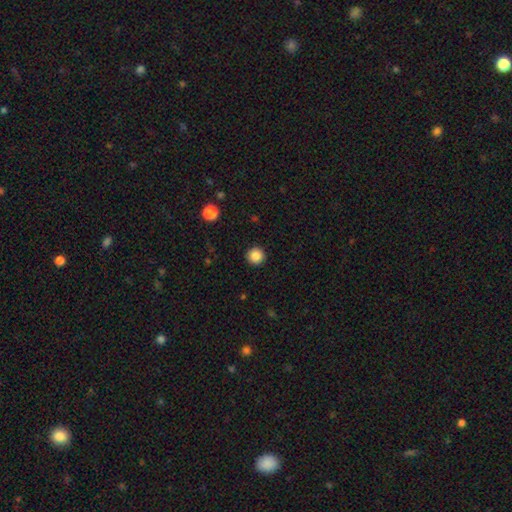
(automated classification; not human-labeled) Morphology: type=smooth (86%); roundness=round (96%); merging=none (93%).